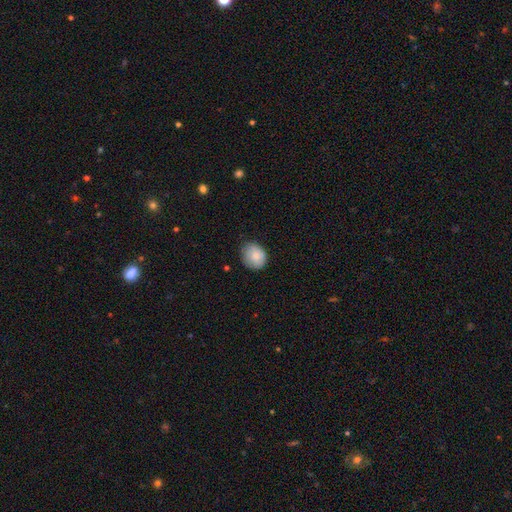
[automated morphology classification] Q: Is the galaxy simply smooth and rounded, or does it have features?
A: smooth — 83%.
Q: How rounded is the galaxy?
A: round — 67%.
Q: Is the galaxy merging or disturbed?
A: none — 74%.